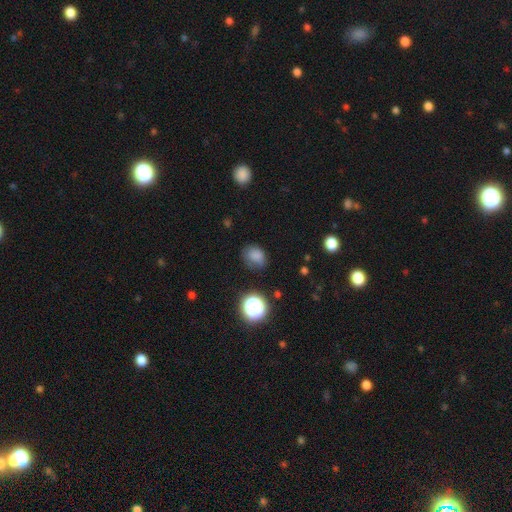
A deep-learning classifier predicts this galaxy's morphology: Smooth or featured? smooth (77%)
How rounded? round (52%)
Merging? none (66%)